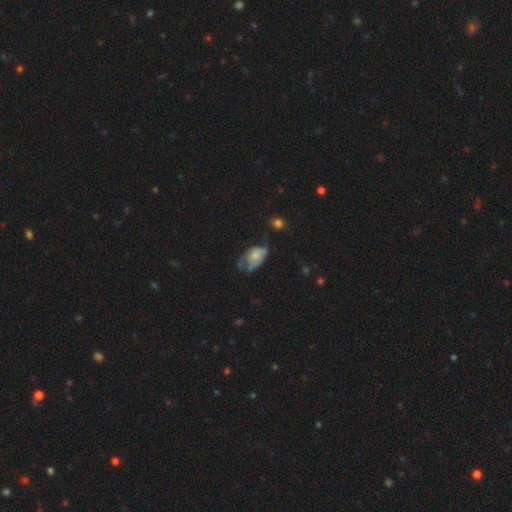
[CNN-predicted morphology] A smooth galaxy with no disk features (54%) that is in between round and cigar-shaped (85%).

Vote fractions:
- Smooth or featured? smooth: 54% / featured or disk: 37% / star or artifact: 9%
- How rounded? in between: 85% / round: 14% / cigar-shaped: 2%
- Merging? major disturbance: 37% / minor disturbance: 33% / none: 25% / merger: 5%